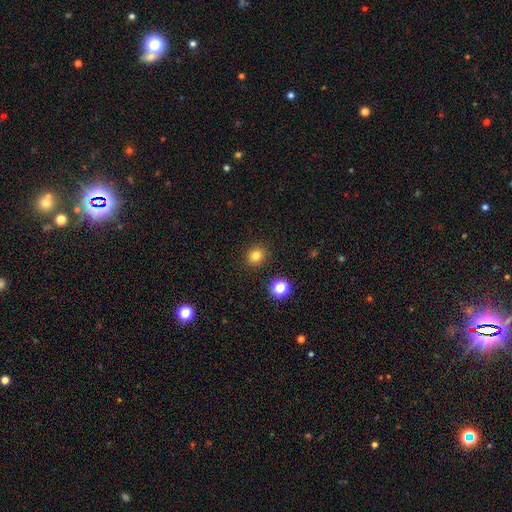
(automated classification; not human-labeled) Smooth or featured? Predicted: smooth (p=0.80). How rounded? Predicted: round (p=0.77). Merging? Predicted: none (p=0.89).